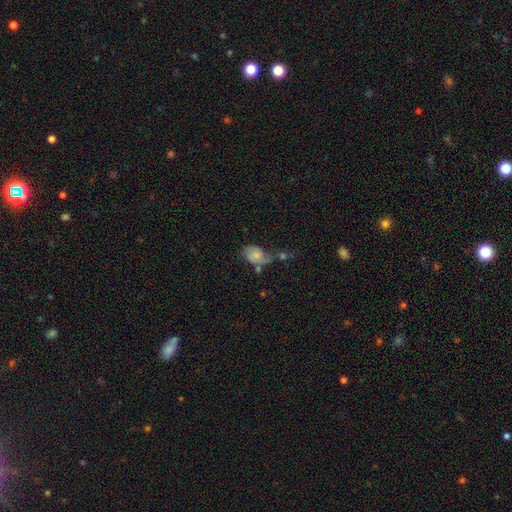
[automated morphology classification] This appears to be a smooth galaxy with no disk features (46%). Merging: none (28%).